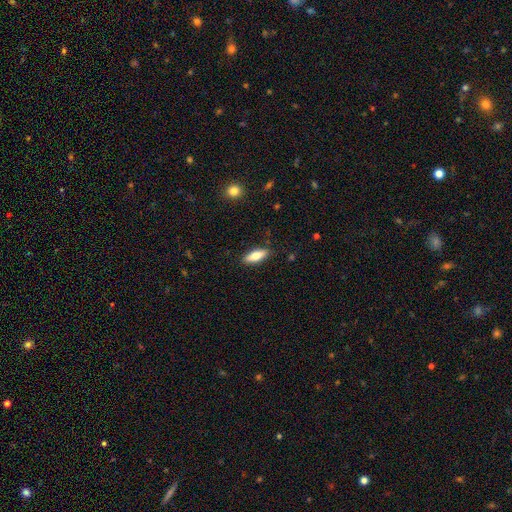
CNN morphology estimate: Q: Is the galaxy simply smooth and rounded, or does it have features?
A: smooth — 72%.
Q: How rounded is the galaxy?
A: in between — 61%.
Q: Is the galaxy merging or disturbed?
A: none — 88%.